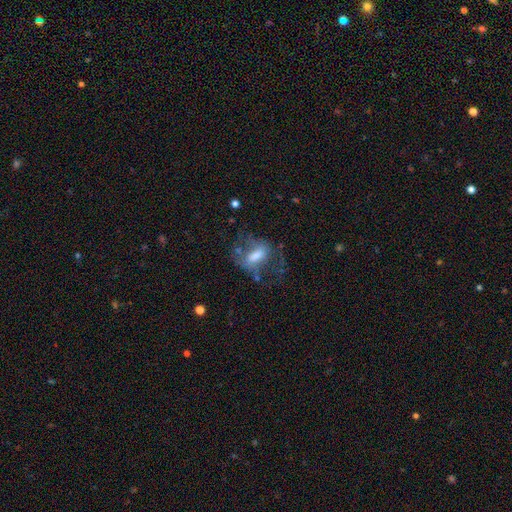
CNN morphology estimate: Smooth or featured? Predicted: featured or disk (p=0.47). Merging? Predicted: major disturbance (p=0.39).